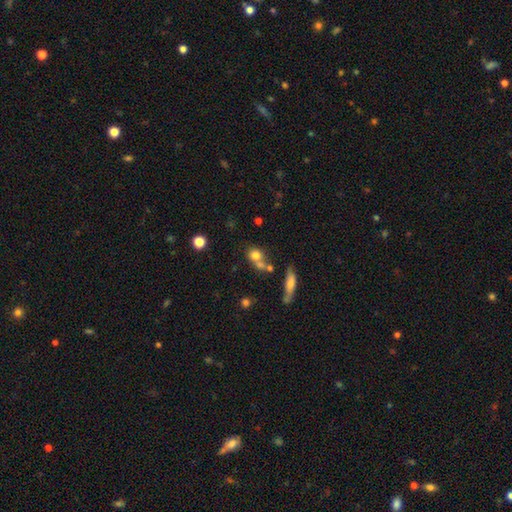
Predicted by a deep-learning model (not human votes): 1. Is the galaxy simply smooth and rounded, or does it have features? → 74% smooth, 13% featured or disk, 13% star or artifact.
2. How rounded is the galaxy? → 75% round, 22% in between, 3% cigar-shaped.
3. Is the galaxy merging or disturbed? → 45% merger, 40% none, 10% minor disturbance, 5% major disturbance.